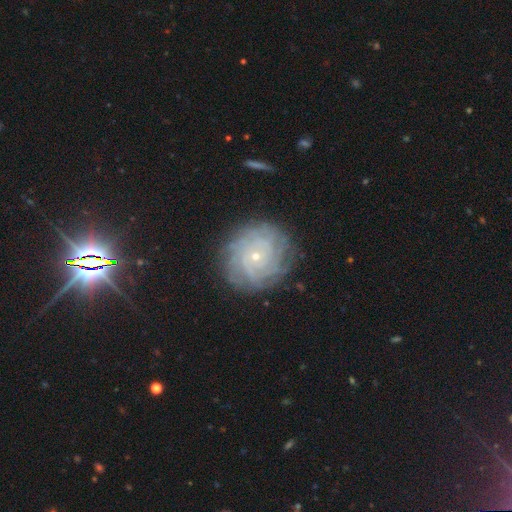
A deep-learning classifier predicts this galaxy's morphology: Smooth or featured? featured or disk (79%)
Edge-on disk? no (97%)
Bar? no (82%)
Spiral arms? yes (95%)
Spiral winding? tight (82%)
Spiral arm count? can't tell (35%)
Bulge size? small (84%)
Merging? none (83%)